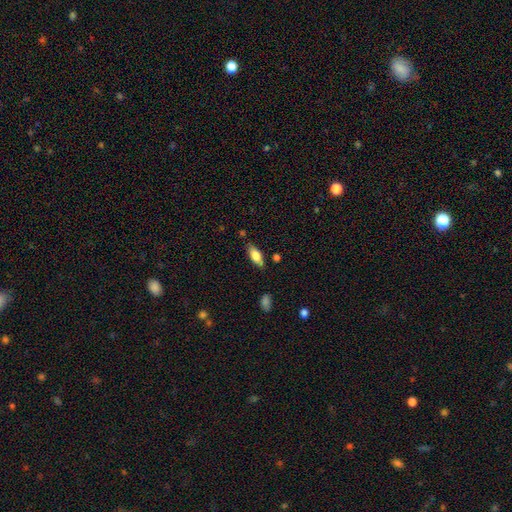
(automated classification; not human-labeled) A smooth galaxy with no disk features (74%) that is in between round and cigar-shaped (76%).

Vote fractions:
- Smooth or featured? smooth: 74% / featured or disk: 20% / star or artifact: 7%
- How rounded? in between: 76% / cigar-shaped: 22% / round: 2%
- Merging? none: 80% / minor disturbance: 15% / major disturbance: 3% / merger: 3%